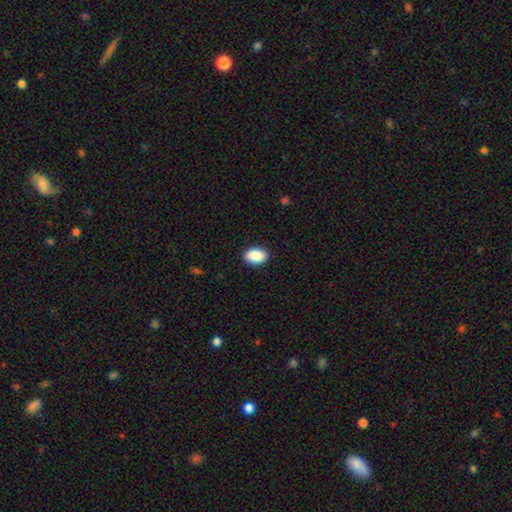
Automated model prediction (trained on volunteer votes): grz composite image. It shows a smooth galaxy with no disk features (90%) that is in between round and cigar-shaped (88%). Merging: none (90%).